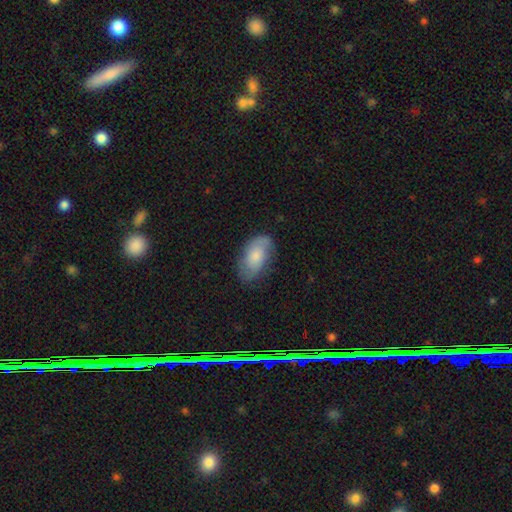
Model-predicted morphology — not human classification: smooth 60%, featured or disk 33%, star or artifact 7%. Down the decision tree: how rounded — in between (93%); merging — none (73%).